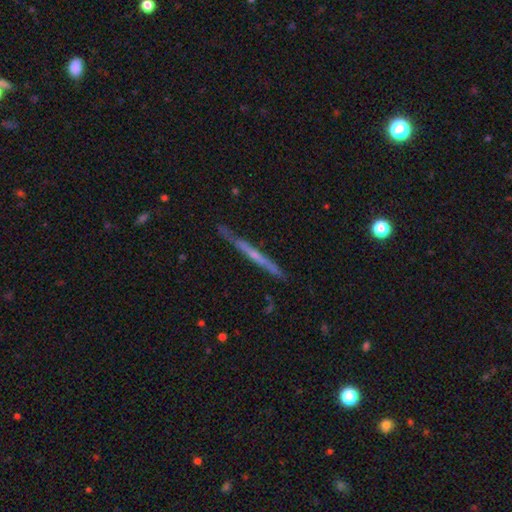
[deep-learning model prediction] This appears to be a featured or disk galaxy (66%) viewed edge-on (96%) with no central bulge (67%). Merging: none (84%).